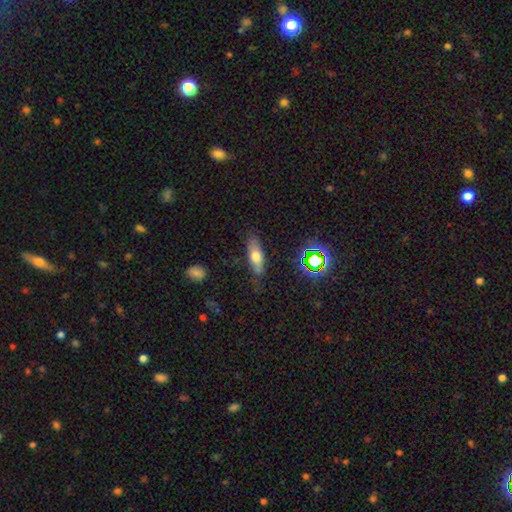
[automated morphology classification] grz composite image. It shows a smooth galaxy with no disk features (61%) that is in between round and cigar-shaped (56%). Merging: none (77%).